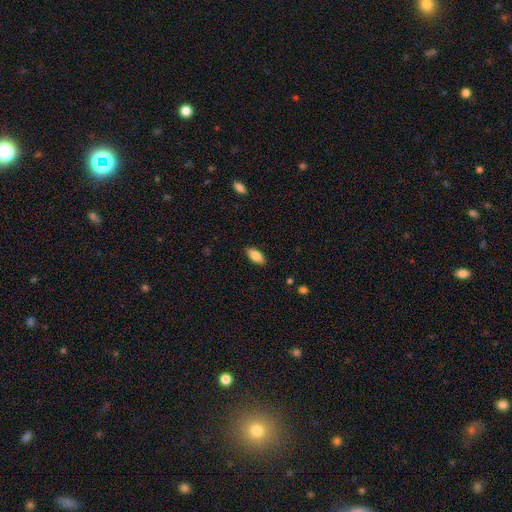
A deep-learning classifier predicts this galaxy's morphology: The model was most divided on "smooth or featured": smooth: 83%, featured or disk: 10%, star or artifact: 7%. More confident: merging — none (88%); how rounded — in between (88%).